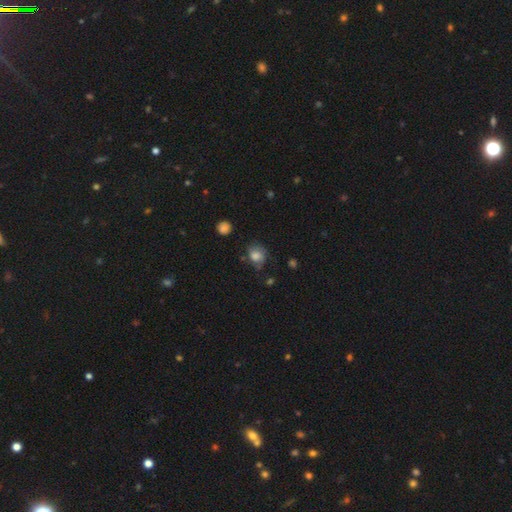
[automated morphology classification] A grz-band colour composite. It shows a smooth galaxy with no disk features (76%) that is round (62%). Merging: none (54%).